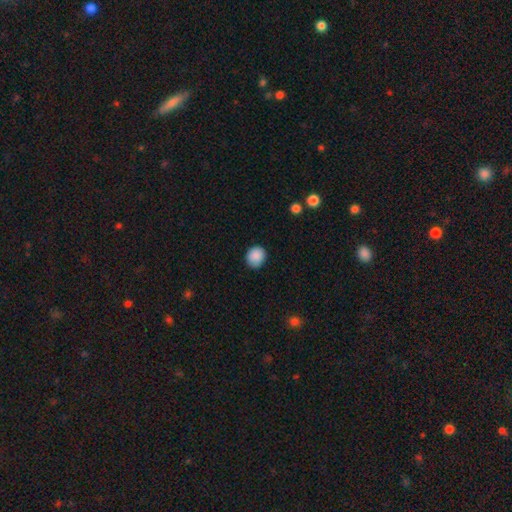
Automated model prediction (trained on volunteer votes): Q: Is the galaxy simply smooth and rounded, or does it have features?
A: smooth — 89%.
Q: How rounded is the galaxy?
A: round — 69%.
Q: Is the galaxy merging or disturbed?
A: none — 83%.